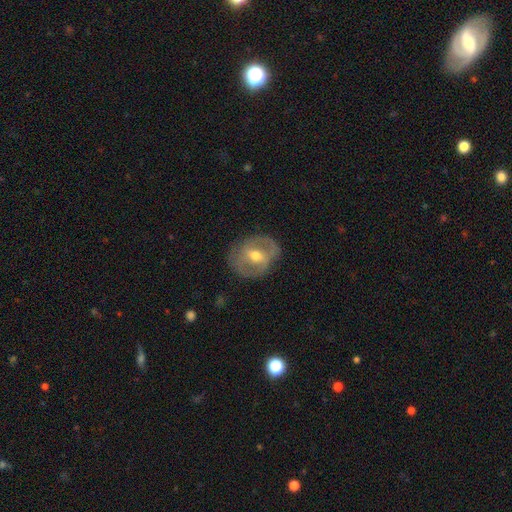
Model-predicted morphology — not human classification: Smooth or featured: featured or disk — 67% (smooth — 27%)
Edge-on disk: no — 94% (yes — 6%)
Bar: weak — 44% (strong — 34%)
Spiral arms: yes — 56% (no — 44%)
Bulge size: moderate — 72% (small — 22%)
Merging: none — 73% (minor disturbance — 18%)